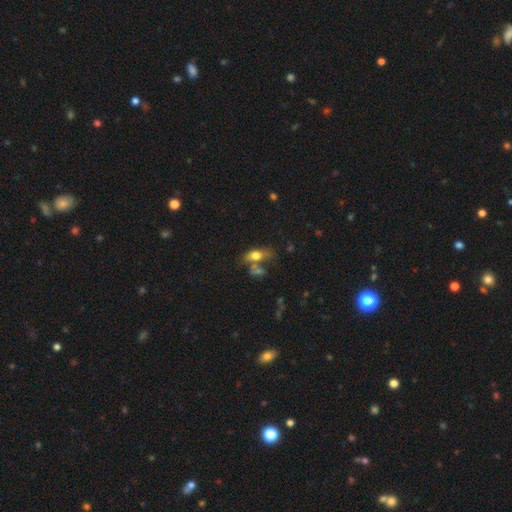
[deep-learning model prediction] Smooth or featured?
  - smooth: 62% *
  - featured or disk: 28%
  - star or artifact: 10%
How rounded?
  - in between: 73% *
  - cigar-shaped: 17%
  - round: 10%
Merging?
  - none: 41% *
  - merger: 31%
  - minor disturbance: 17%
  - major disturbance: 11%